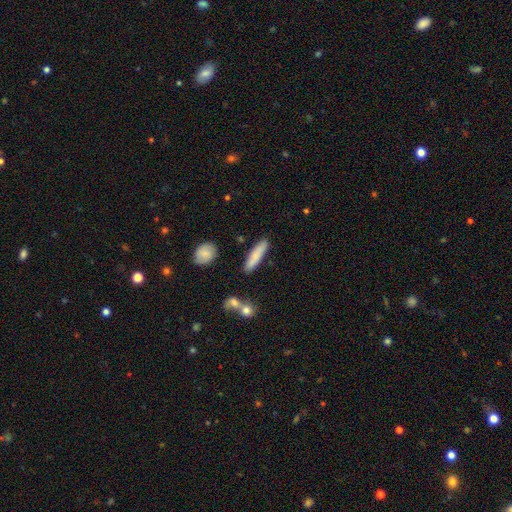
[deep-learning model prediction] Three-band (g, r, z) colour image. It shows a smooth galaxy with no disk features (81%) that is cigar-shaped (81%). Merging: none (86%).